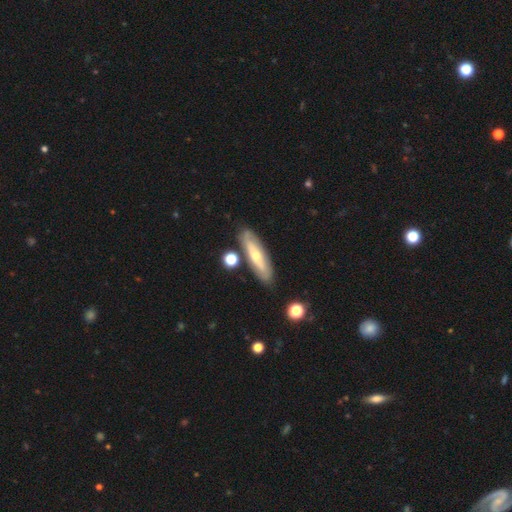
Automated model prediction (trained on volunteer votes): Smooth or featured? featured or disk (57%)
Edge-on disk? no (56%)
Merging? none (82%)